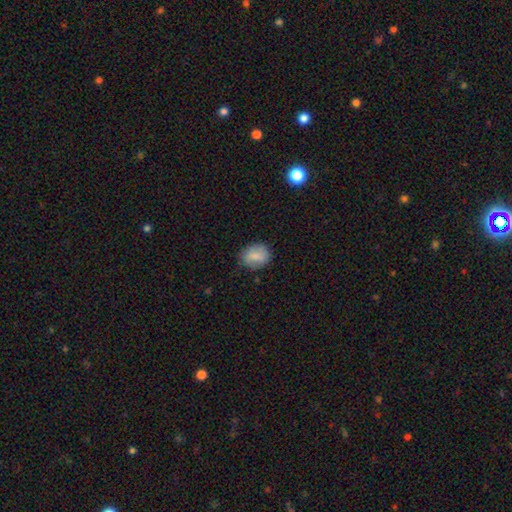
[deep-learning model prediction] Smooth or featured? Predicted: smooth (p=0.80). How rounded? Predicted: in between (p=0.52). Merging? Predicted: none (p=0.73).